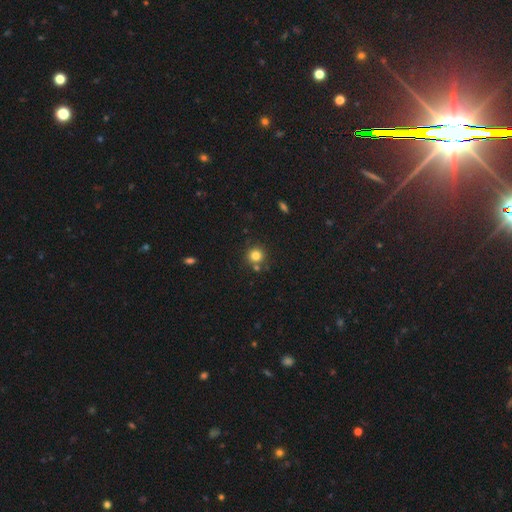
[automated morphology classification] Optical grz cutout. It shows a smooth galaxy with no disk features (80%) that is round (92%). Merging: none (77%).